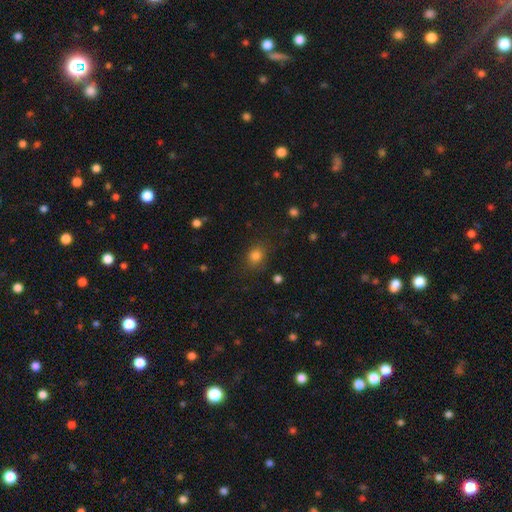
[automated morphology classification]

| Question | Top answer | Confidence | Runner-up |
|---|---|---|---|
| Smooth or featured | smooth | 82% | star or artifact (12%) |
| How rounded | round | 60% | in between (39%) |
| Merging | none | 79% | minor disturbance (14%) |